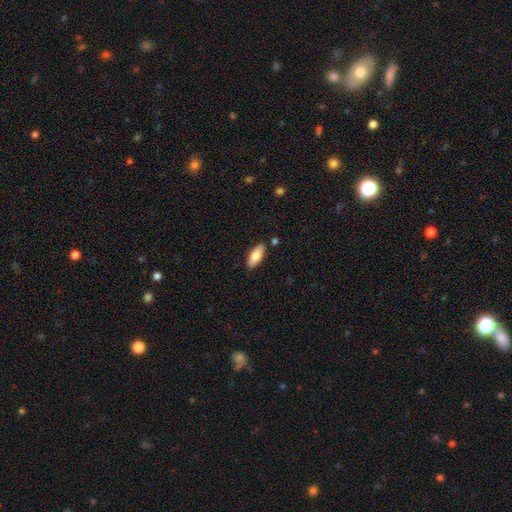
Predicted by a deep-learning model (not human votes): Q: Smooth or featured?
A: smooth (78%); runner-up: featured or disk (16%)
Q: How rounded?
A: in between (78%); runner-up: cigar-shaped (20%)
Q: Merging?
A: none (86%); runner-up: minor disturbance (10%)